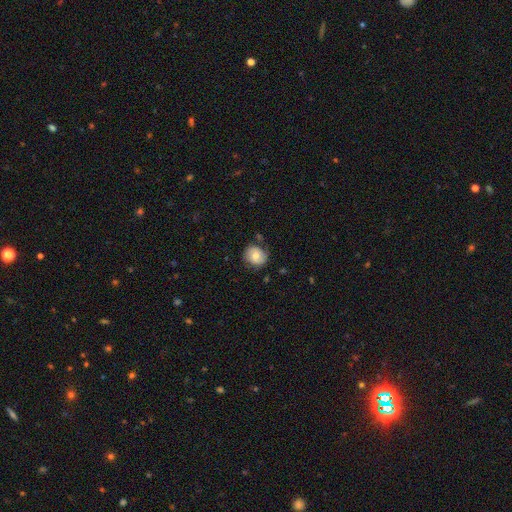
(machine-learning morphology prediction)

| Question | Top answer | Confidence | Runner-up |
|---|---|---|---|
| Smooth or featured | smooth | 64% | featured or disk (28%) |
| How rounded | round | 78% | in between (21%) |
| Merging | none | 76% | minor disturbance (18%) |